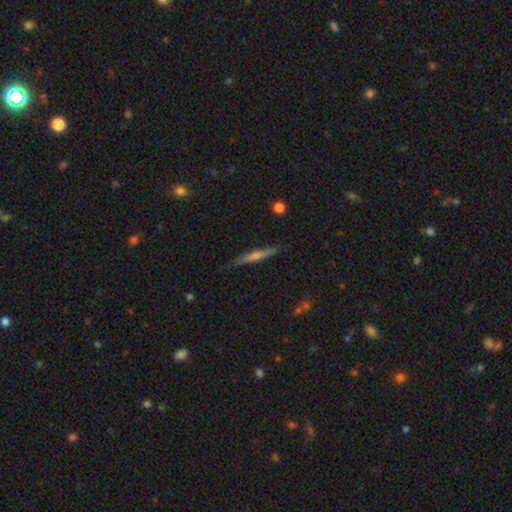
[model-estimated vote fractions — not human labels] This appears to be a featured or disk galaxy (65%) viewed edge-on (97%) with a rounded central bulge (69%). Merging: none (89%).